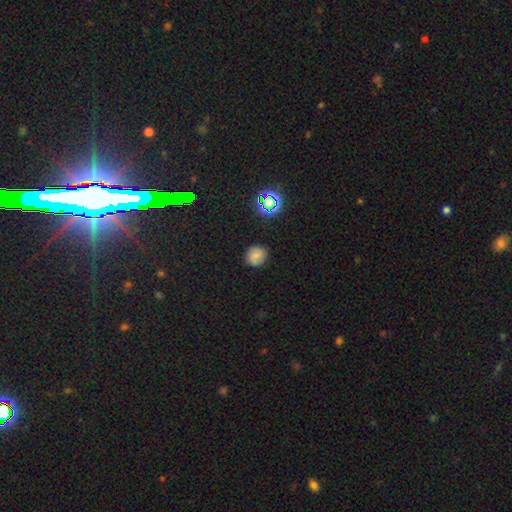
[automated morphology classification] Smooth or featured? smooth (77%)
How rounded? round (84%)
Merging? none (88%)